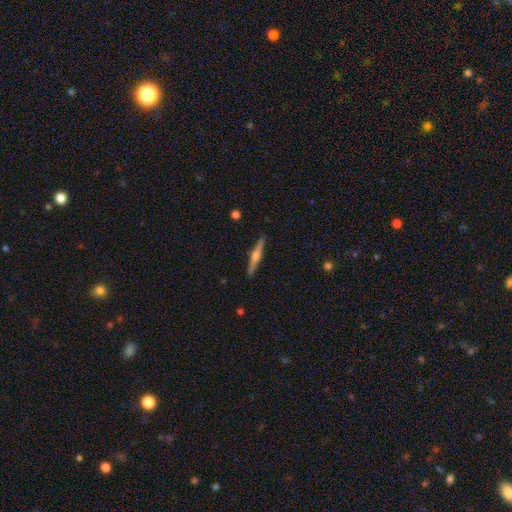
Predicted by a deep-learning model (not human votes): smooth-or-featured: featured or disk: 62% | smooth: 32% | star or artifact: 6%
  disk-edge-on: yes: 98% | no: 2%
    edge-on-bulge: rounded: 85% | none: 8% | boxy: 7%
  merging: none: 91% | minor disturbance: 7% | major disturbance: 1% | merger: 1%